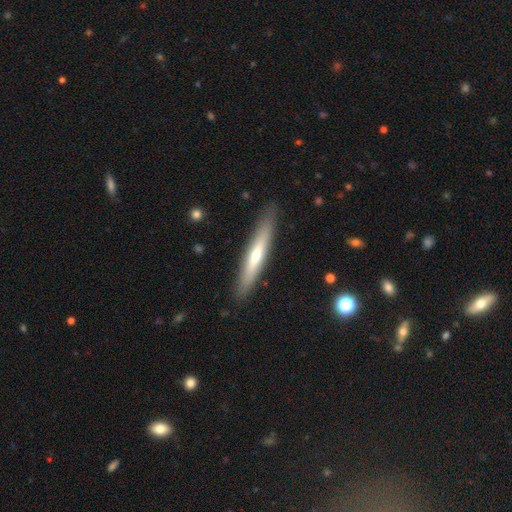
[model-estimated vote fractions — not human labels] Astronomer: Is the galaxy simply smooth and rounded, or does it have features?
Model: featured or disk — 50% (runner-up: smooth, 45%).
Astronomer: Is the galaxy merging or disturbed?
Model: none — 89%.